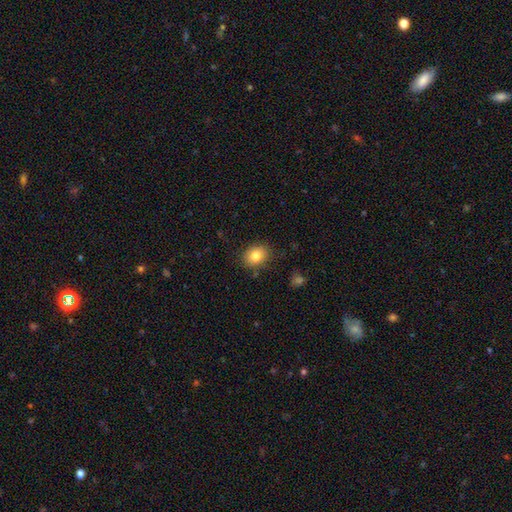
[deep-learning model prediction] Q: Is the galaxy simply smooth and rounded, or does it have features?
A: smooth — 82%.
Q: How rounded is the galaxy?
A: in between — 57%.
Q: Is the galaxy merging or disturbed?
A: none — 83%.